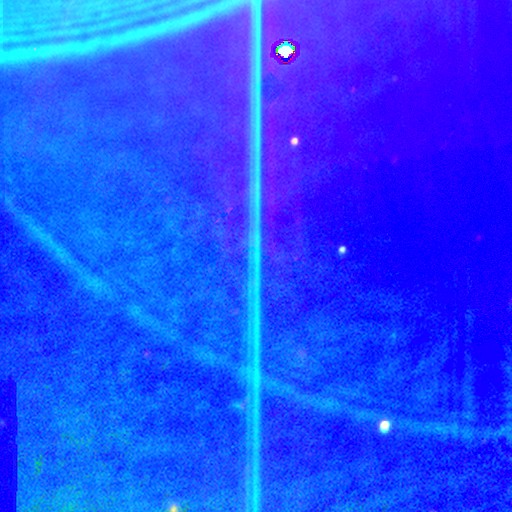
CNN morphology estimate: Q: Smooth or featured?
A: star or artifact (90%); runner-up: featured or disk (6%)